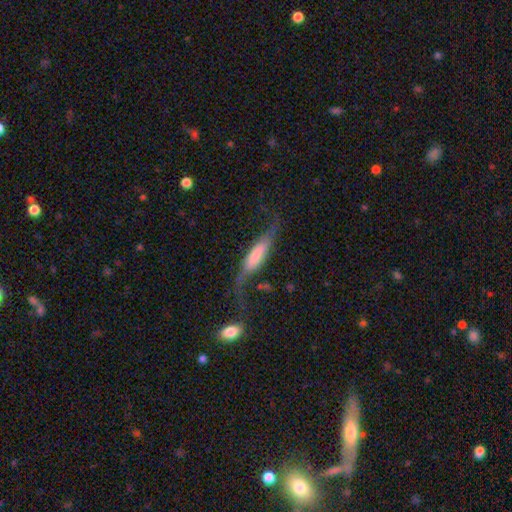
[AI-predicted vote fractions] Smooth or featured? featured or disk (48%)
Merging? none (41%)